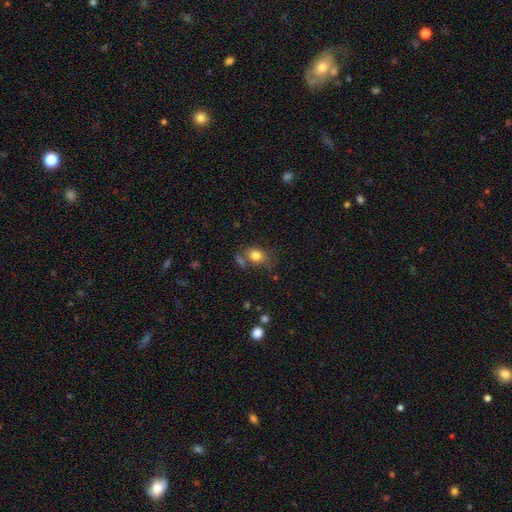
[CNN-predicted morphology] The model was most divided on "how rounded": in between: 57%, round: 42%, cigar-shaped: 1%. More confident: smooth or featured — smooth (81%); merging — none (58%).